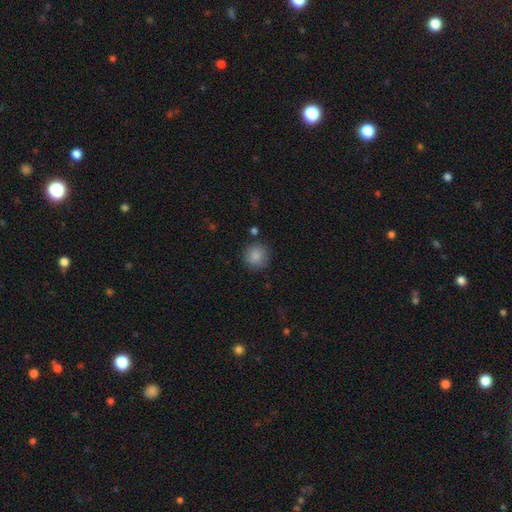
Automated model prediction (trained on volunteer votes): Smooth or featured? smooth (87%)
How rounded? round (92%)
Merging? none (85%)